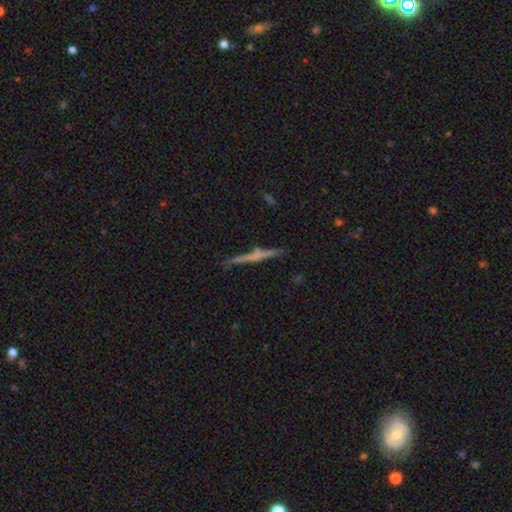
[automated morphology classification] The model was most divided on "edge-on bulge": none: 54%, rounded: 31%, boxy: 15%. More confident: edge-on disk — yes (97%); merging — none (86%); smooth or featured — featured or disk (61%).